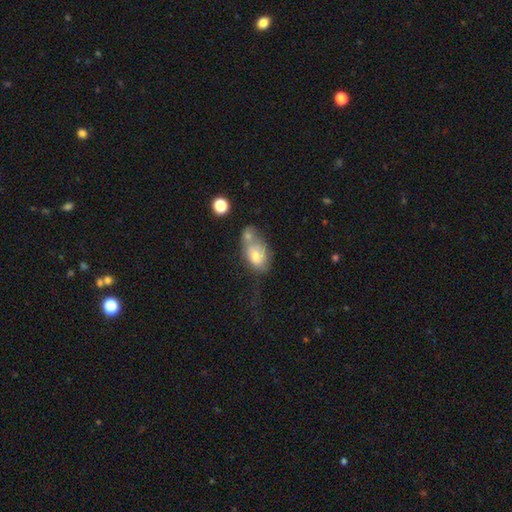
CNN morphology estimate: type=smooth (69%); roundness=in between (78%); merging=merger (47%).